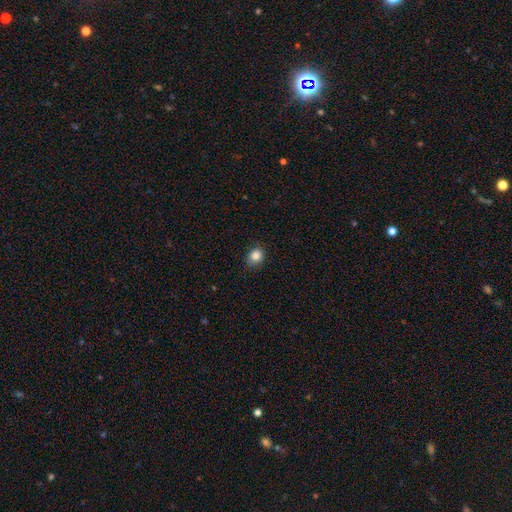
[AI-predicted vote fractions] This is clearly a smooth galaxy (85%). How rounded: likely round (61%). Merging: clearly none (80%).